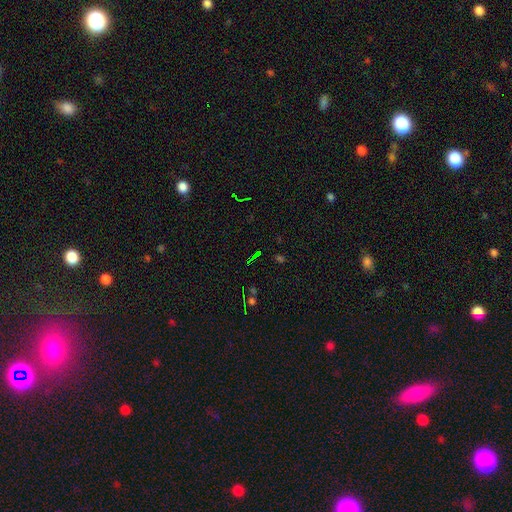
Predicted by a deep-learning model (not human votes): smooth-or-featured: star or artifact: 68% | smooth: 19% | featured or disk: 13%